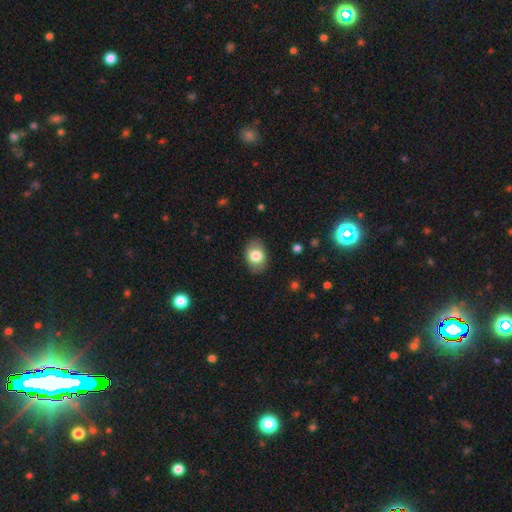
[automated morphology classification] Smooth or featured? smooth (80%)
How rounded? in between (79%)
Merging? none (85%)